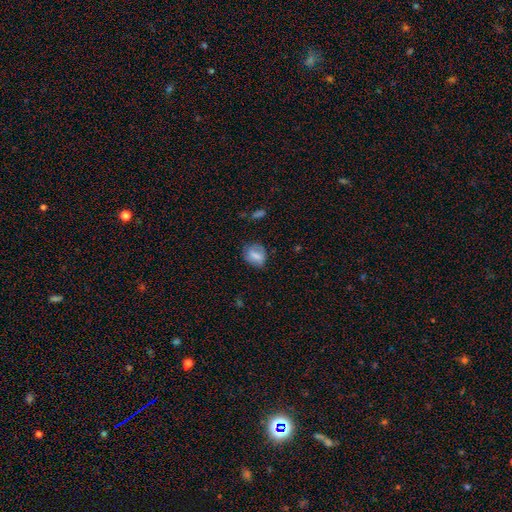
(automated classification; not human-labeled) Q: Smooth or featured?
A: smooth (68%); runner-up: featured or disk (23%)
Q: How rounded?
A: in between (54%); runner-up: round (43%)
Q: Merging?
A: none (66%); runner-up: minor disturbance (23%)